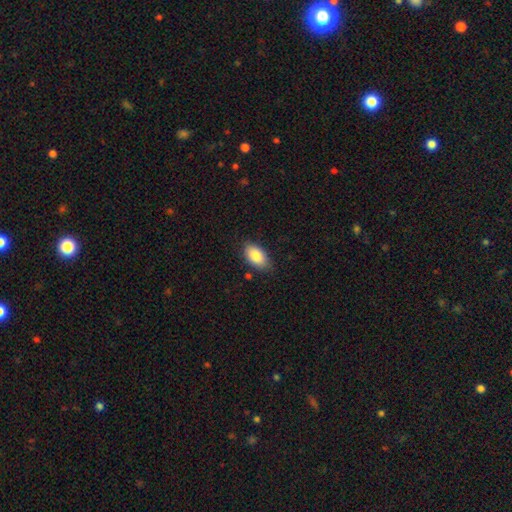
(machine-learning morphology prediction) type=smooth (87%); roundness=in between (94%); merging=none (82%).